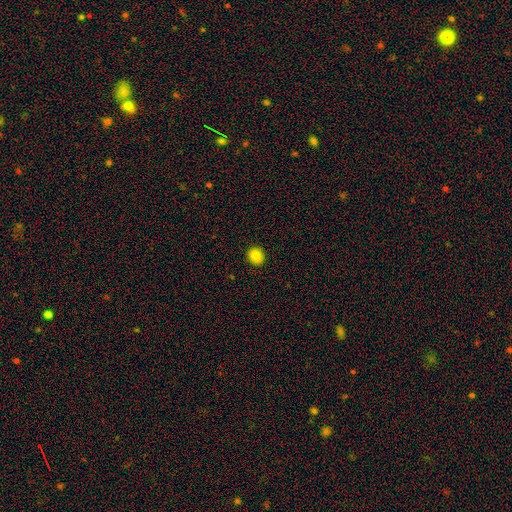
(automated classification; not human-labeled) Q: Smooth or featured?
A: smooth (84%); runner-up: star or artifact (10%)
Q: How rounded?
A: round (81%); runner-up: in between (18%)
Q: Merging?
A: none (92%); runner-up: minor disturbance (6%)